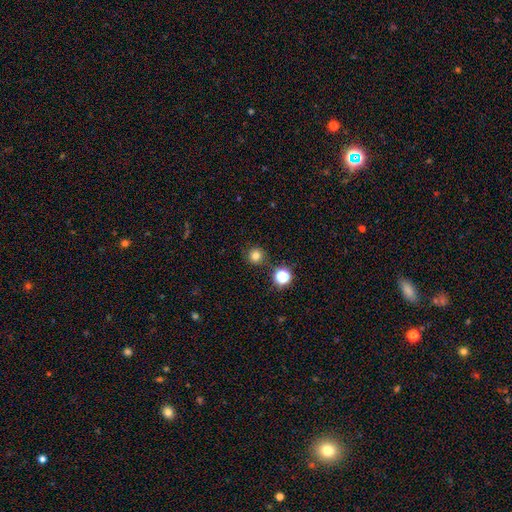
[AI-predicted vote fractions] smooth_or_featured: smooth (p=0.78) [alt: star or artifact p=0.16]
how_rounded: round (p=0.95) [alt: in between p=0.04]
merging: none (p=0.87) [alt: minor disturbance p=0.07]